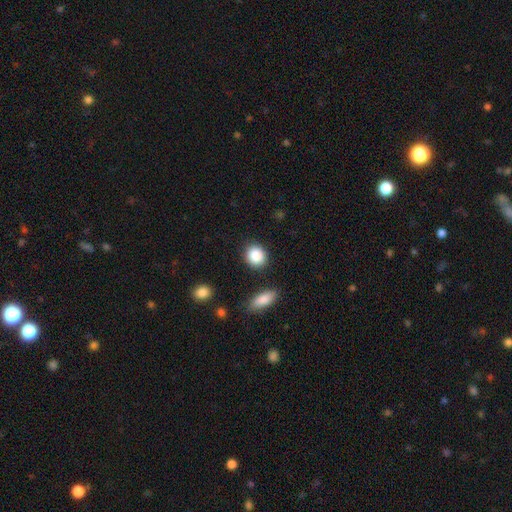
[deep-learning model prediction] smooth_or_featured: smooth (p=0.88) [alt: star or artifact p=0.08]
how_rounded: round (p=0.73) [alt: in between p=0.26]
merging: none (p=0.86) [alt: minor disturbance p=0.09]